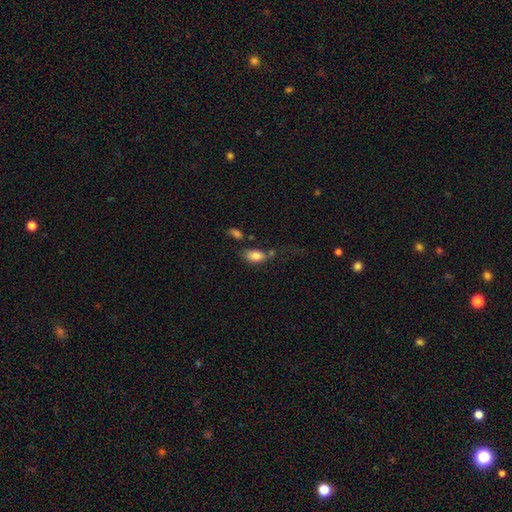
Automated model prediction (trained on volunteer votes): Morphology: type=smooth (82%); roundness=in between (89%); merging=none (49%).